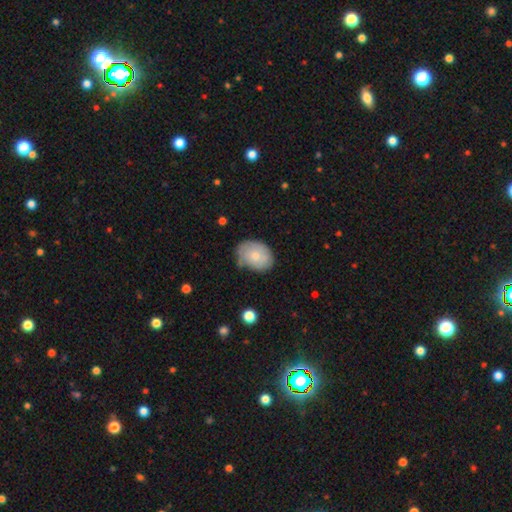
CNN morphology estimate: Smooth or featured?
  - smooth: 71% *
  - featured or disk: 22%
  - star or artifact: 7%
How rounded?
  - in between: 65% *
  - round: 34%
  - cigar-shaped: 1%
Merging?
  - none: 59% *
  - minor disturbance: 31%
  - major disturbance: 7%
  - merger: 3%